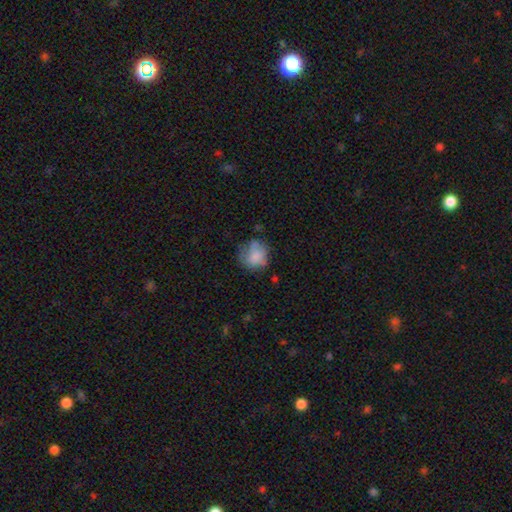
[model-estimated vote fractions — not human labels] smooth-or-featured: smooth: 74% | featured or disk: 17% | star or artifact: 9%
  how-rounded: round: 72% | in between: 27% | cigar-shaped: 1%
  merging: none: 51% | minor disturbance: 29% | major disturbance: 16% | merger: 3%